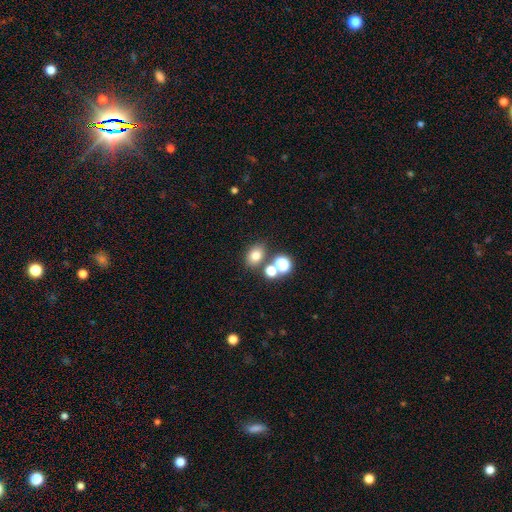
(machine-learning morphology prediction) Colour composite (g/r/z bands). It shows a smooth galaxy with no disk features (75%) that is in between round and cigar-shaped (55%). Merging: none (68%).